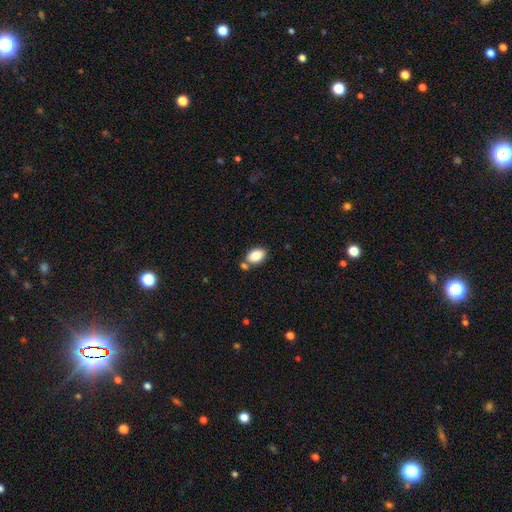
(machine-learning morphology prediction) Smooth or featured? smooth (84%)
How rounded? in between (88%)
Merging? none (68%)